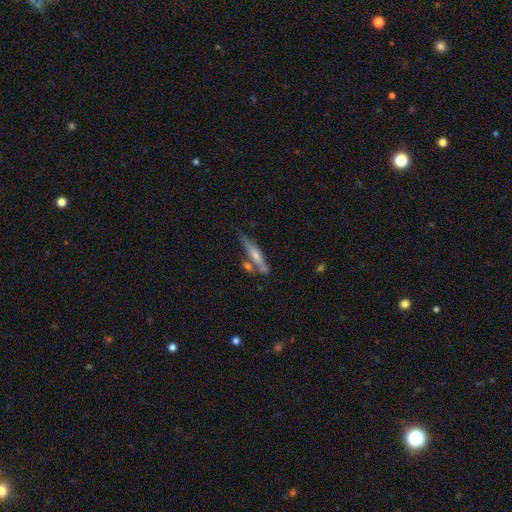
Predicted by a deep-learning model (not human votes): Smooth or featured? Predicted: smooth (p=0.54). How rounded? Predicted: cigar-shaped (p=0.85). Merging? Predicted: none (p=0.56).